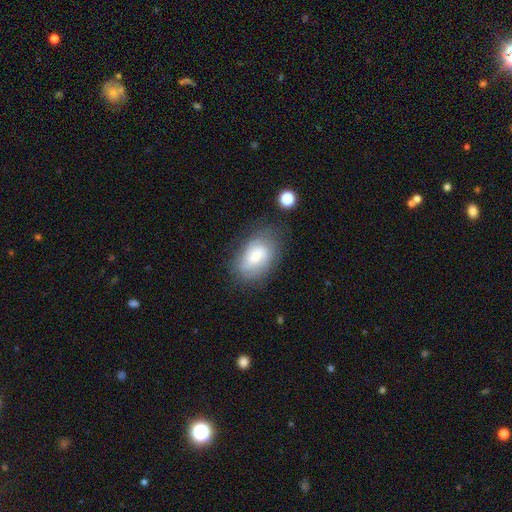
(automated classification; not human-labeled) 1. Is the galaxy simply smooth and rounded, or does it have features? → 58% smooth, 33% featured or disk, 9% star or artifact.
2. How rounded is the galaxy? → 89% in between, 9% round, 2% cigar-shaped.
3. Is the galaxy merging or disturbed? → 64% none, 24% minor disturbance, 10% major disturbance, 3% merger.